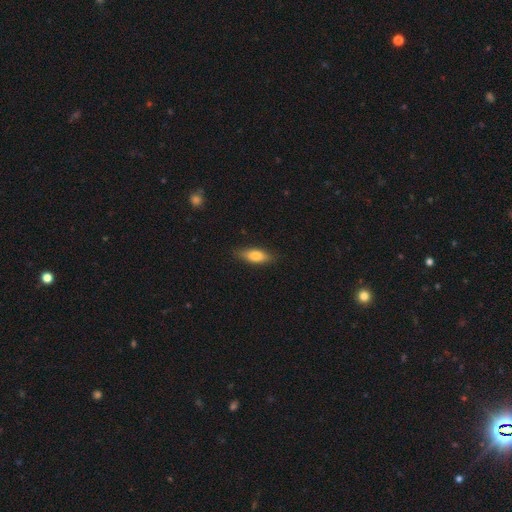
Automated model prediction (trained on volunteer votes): Smooth or featured: smooth — 77% (featured or disk — 17%)
How rounded: in between — 70% (cigar-shaped — 27%)
Merging: none — 84% (minor disturbance — 12%)